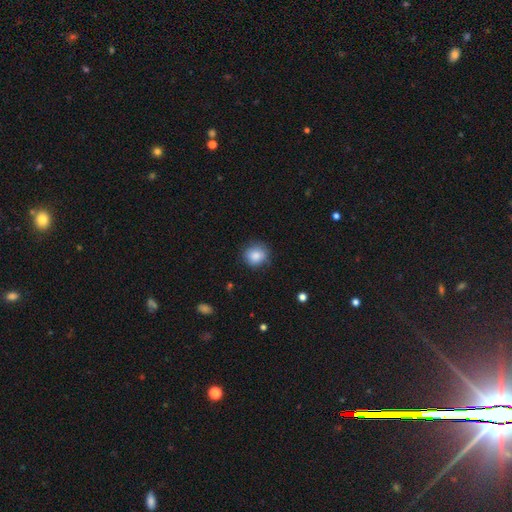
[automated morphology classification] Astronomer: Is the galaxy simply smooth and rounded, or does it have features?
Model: smooth — 84%.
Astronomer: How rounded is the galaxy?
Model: round — 87%.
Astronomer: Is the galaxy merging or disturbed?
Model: none — 79%.